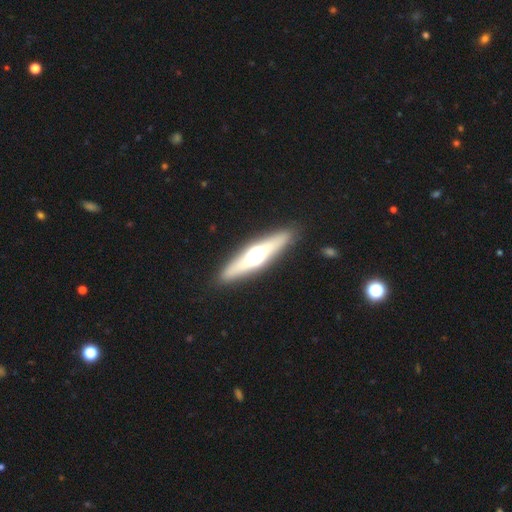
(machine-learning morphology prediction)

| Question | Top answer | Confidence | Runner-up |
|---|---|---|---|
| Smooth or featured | featured or disk | 59% | smooth (35%) |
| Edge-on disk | yes | 89% | no (11%) |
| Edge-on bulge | rounded | 91% | boxy (5%) |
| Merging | none | 89% | minor disturbance (8%) |